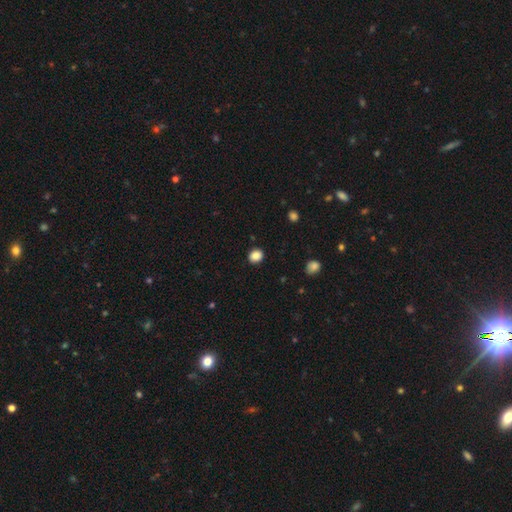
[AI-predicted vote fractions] Smooth or featured?
  - smooth: 87% *
  - star or artifact: 10%
  - featured or disk: 3%
How rounded?
  - round: 73% *
  - in between: 26%
  - cigar-shaped: 1%
Merging?
  - none: 90% *
  - minor disturbance: 7%
  - major disturbance: 2%
  - merger: 1%